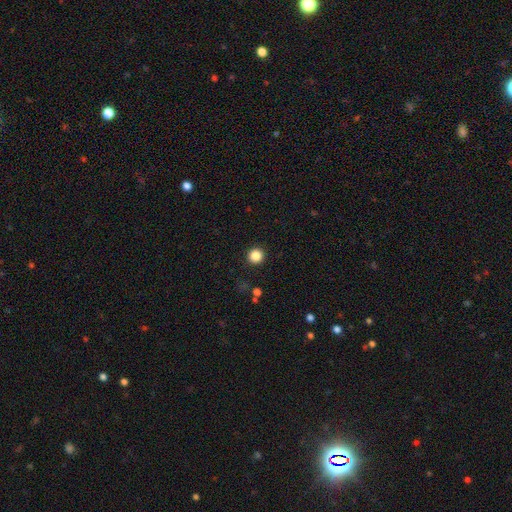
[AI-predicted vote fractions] Smooth or featured? Predicted: smooth (p=0.85). How rounded? Predicted: round (p=0.95). Merging? Predicted: none (p=0.93).